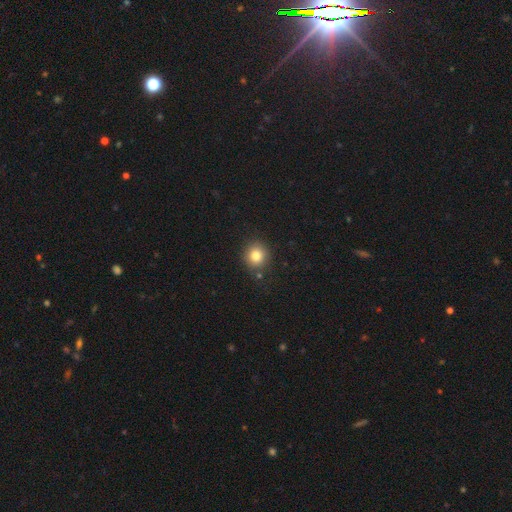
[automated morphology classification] Smooth or featured? Predicted: smooth (p=0.81). How rounded? Predicted: round (p=0.88). Merging? Predicted: none (p=0.84).